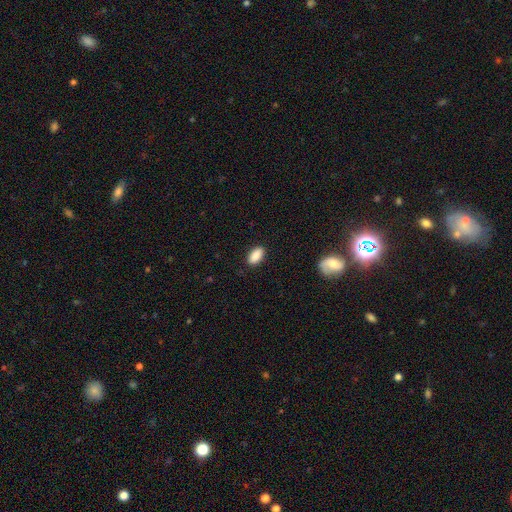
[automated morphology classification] Smooth or featured? smooth (89%)
How rounded? in between (93%)
Merging? none (88%)